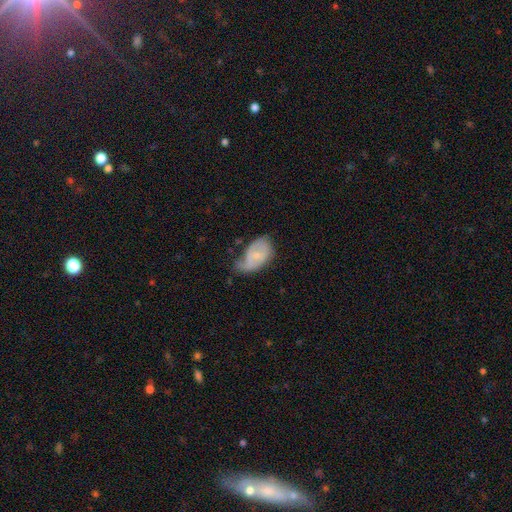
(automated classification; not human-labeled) Smooth or featured? featured or disk (51%)
Edge-on disk? no (96%)
Merging? minor disturbance (42%)